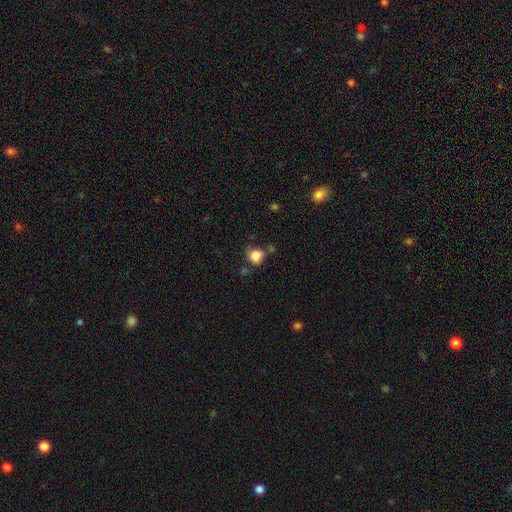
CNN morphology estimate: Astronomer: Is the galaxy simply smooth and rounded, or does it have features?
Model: smooth — 84%.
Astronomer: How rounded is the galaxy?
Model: round — 61% (runner-up: in between, 38%).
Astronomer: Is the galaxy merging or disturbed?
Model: none — 55%.